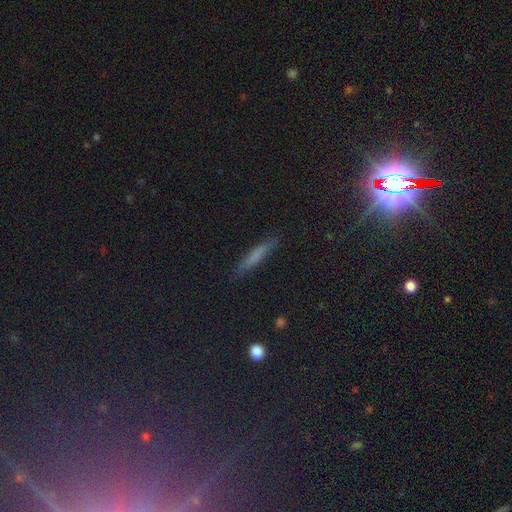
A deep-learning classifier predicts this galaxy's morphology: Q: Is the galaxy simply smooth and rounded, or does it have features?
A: smooth — 62%.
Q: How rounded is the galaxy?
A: cigar-shaped — 91%.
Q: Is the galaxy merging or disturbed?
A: none — 87%.